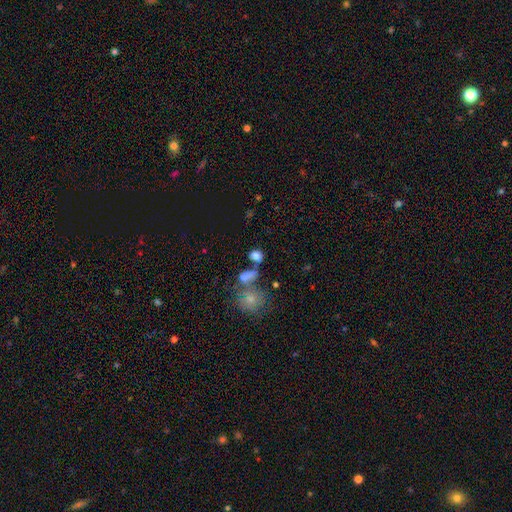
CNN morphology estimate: A smooth galaxy with no disk features (76%) that is in between round and cigar-shaped (51%). Merging: none (47%).